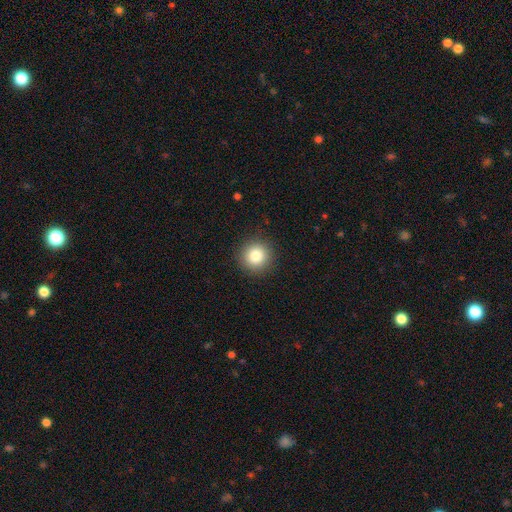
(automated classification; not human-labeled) smooth-or-featured: smooth: 82% | star or artifact: 11% | featured or disk: 7%
  how-rounded: round: 95% | in between: 4% | cigar-shaped: 1%
  merging: none: 91% | minor disturbance: 6% | major disturbance: 2% | merger: 1%